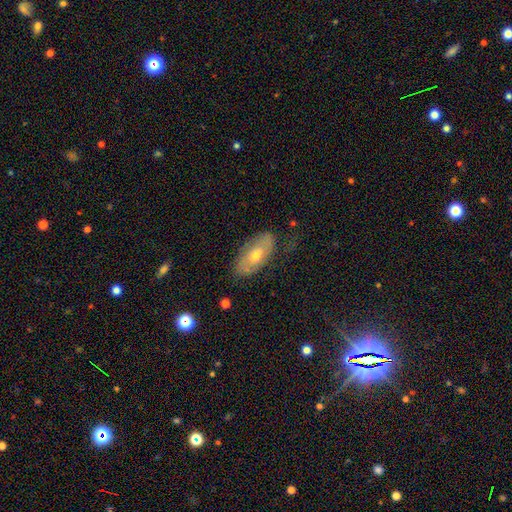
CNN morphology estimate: Smooth or featured: featured or disk — 47% (smooth — 45%)
Merging: none — 72% (minor disturbance — 20%)